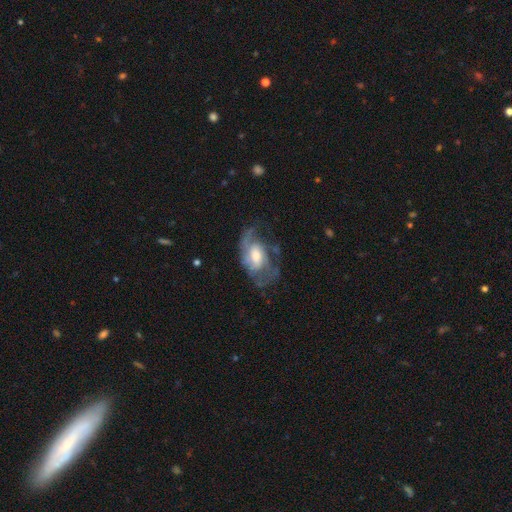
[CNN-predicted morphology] featured or disk 76%, smooth 18%, star or artifact 6%. Down the decision tree: edge-on disk — no (96%); bar — no (49%); spiral arms — yes (86%); spiral arm count — 2 (45%); spiral winding — medium (45%); bulge size — moderate (50%); merging — none (47%).